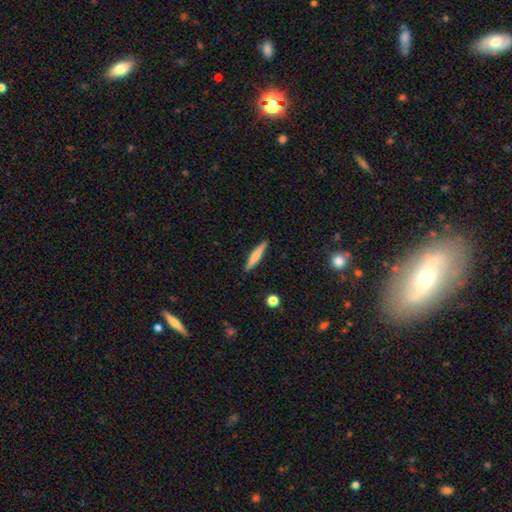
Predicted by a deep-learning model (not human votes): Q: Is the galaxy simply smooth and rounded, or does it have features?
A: smooth — 63%.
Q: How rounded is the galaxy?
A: cigar-shaped — 92%.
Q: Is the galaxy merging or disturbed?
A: none — 90%.